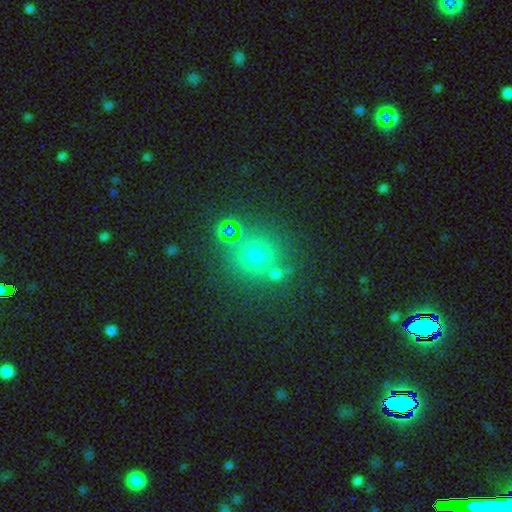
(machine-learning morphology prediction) Smooth or featured: smooth — 67% (star or artifact — 25%)
How rounded: round — 90% (in between — 9%)
Merging: none — 73% (merger — 13%)